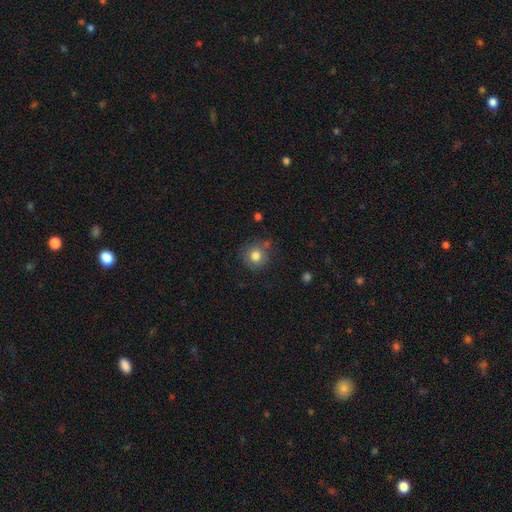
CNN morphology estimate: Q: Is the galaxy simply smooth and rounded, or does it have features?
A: smooth — 81%.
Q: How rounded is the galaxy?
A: round — 90%.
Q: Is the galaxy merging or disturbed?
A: none — 76%.